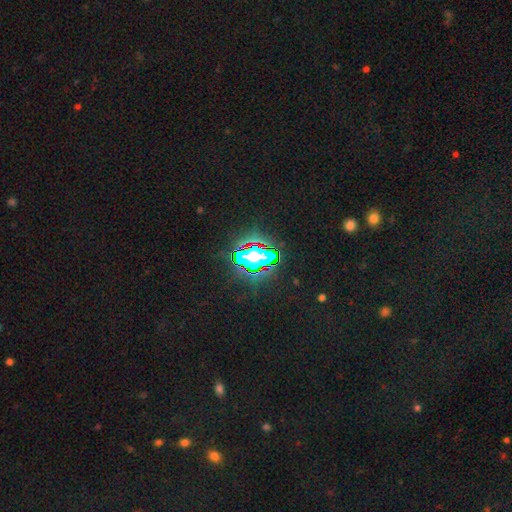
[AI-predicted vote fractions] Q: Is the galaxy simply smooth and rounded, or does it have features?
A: star or artifact — 75%.